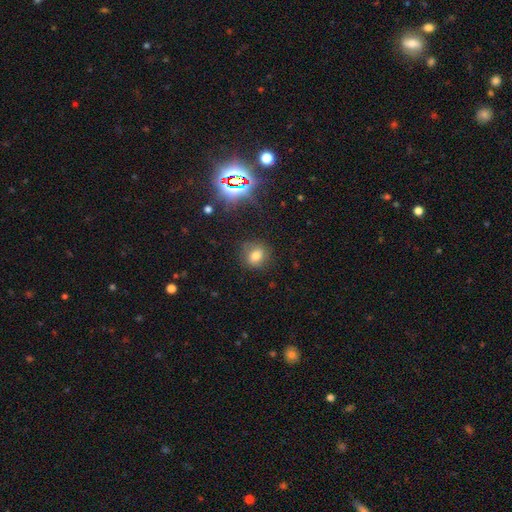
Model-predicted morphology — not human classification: This is likely a smooth galaxy (67%). How rounded: likely round (71%). Merging: likely none (79%).